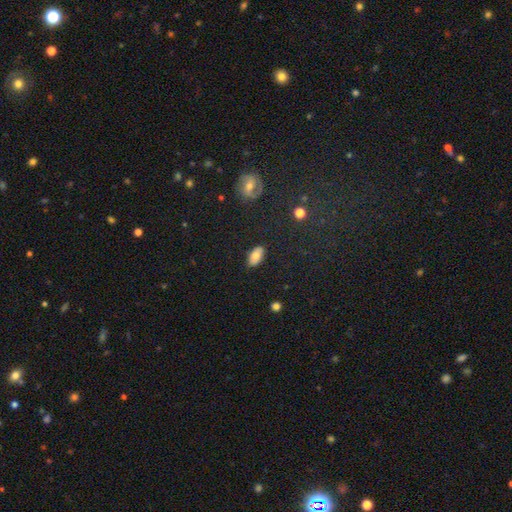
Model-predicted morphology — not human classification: The model was most divided on "smooth or featured": smooth: 75%, featured or disk: 15%, star or artifact: 10%. More confident: how rounded — in between (92%); merging — none (85%).